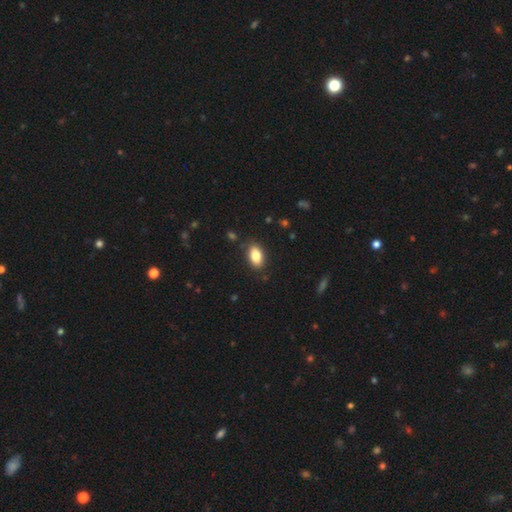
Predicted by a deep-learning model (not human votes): The model was most divided on "merging": none: 85%, minor disturbance: 11%, major disturbance: 3%, merger: 1%. More confident: how rounded — in between (92%); smooth or featured — smooth (84%).